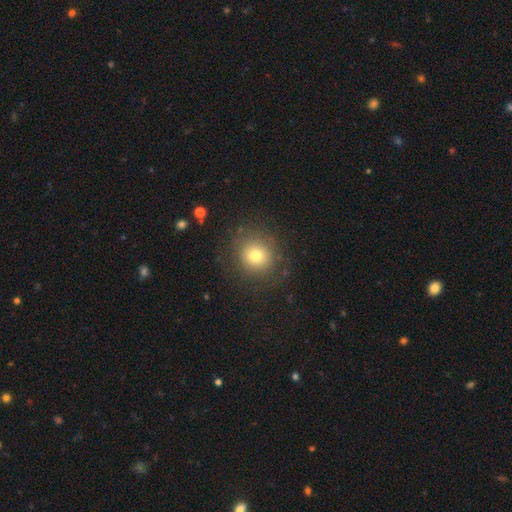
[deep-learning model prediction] Smooth or featured? Predicted: smooth (p=0.74). How rounded? Predicted: round (p=0.89). Merging? Predicted: none (p=0.84).